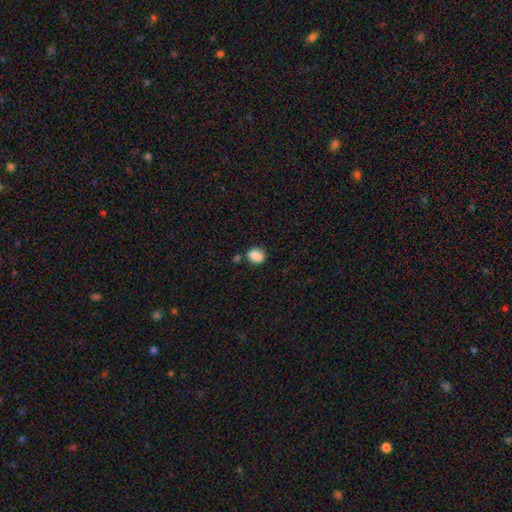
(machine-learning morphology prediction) Smooth or featured? Predicted: smooth (p=0.87). How rounded? Predicted: in between (p=0.57). Merging? Predicted: none (p=0.70).